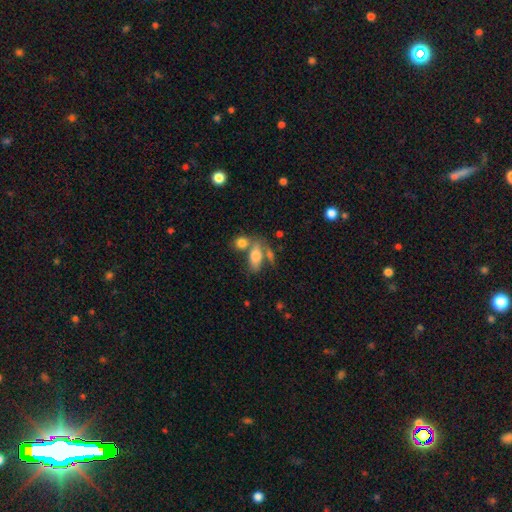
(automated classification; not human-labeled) smooth_or_featured: smooth (p=0.73) [alt: featured or disk p=0.19]
how_rounded: in between (p=0.84) [alt: round p=0.08]
merging: merger (p=0.39) [tied with: none p=0.39]